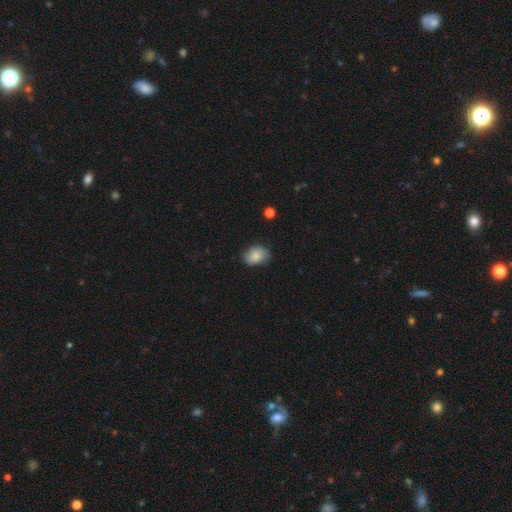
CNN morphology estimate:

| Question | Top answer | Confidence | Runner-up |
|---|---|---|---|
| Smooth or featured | smooth | 82% | featured or disk (10%) |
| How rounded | in between | 70% | round (29%) |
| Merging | none | 75% | minor disturbance (20%) |